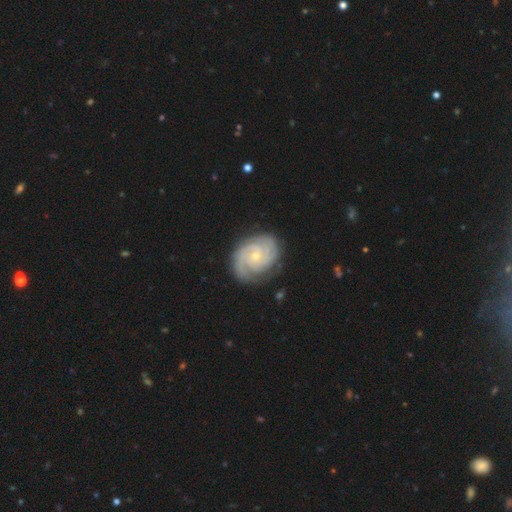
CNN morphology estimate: This appears to be a featured or disk galaxy (89%) with no bar (73%), 3 (31%) tight (71%) spiral arms (98%) and a small central bulge (69%). Merging: none (80%).